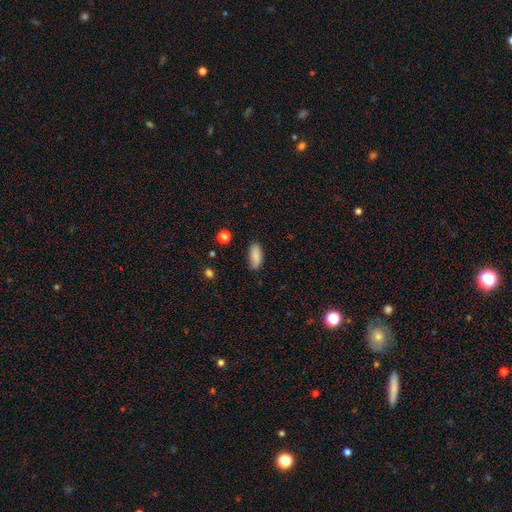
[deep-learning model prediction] Smooth or featured? Predicted: smooth (p=0.86). How rounded? Predicted: in between (p=0.82). Merging? Predicted: none (p=0.79).